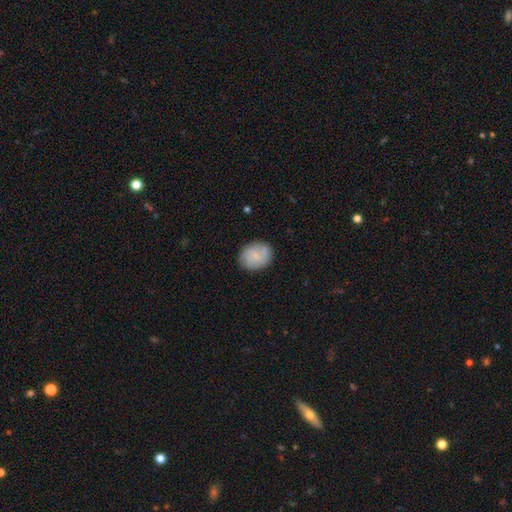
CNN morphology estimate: Smooth or featured?
  - smooth: 73% *
  - featured or disk: 20%
  - star or artifact: 7%
How rounded?
  - in between: 50% *
  - round: 49%
  - cigar-shaped: 1%
Merging?
  - none: 81% *
  - minor disturbance: 13%
  - major disturbance: 3%
  - merger: 3%